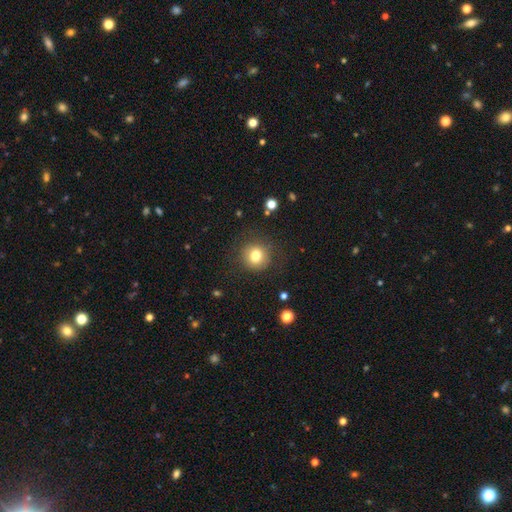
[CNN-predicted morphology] smooth 78%, star or artifact 12%, featured or disk 10%. Down the decision tree: how rounded — round (91%); merging — none (84%).